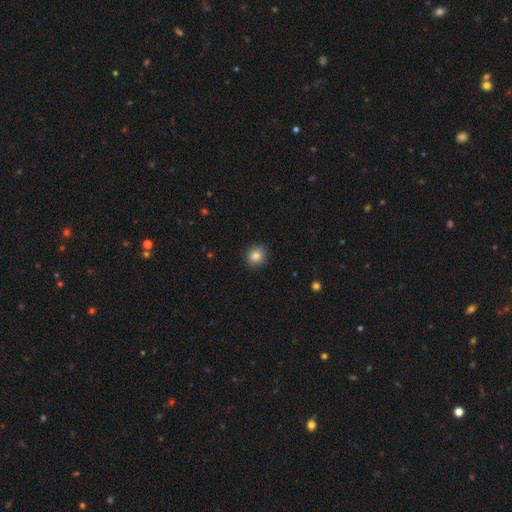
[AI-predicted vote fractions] Overall: smooth (85%). How rounded: round (81%). Merging: none (91%).